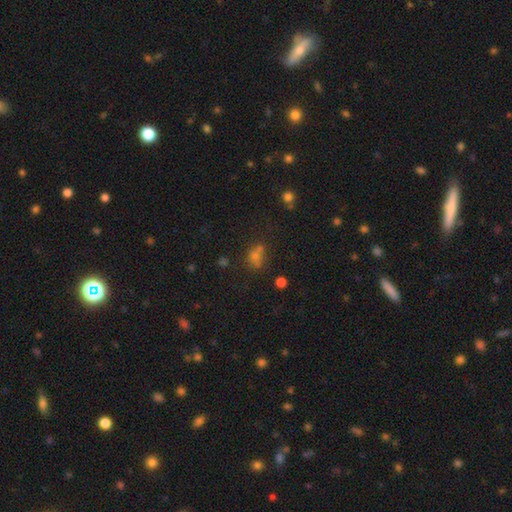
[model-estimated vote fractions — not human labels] Smooth or featured? Predicted: smooth (p=0.53). How rounded? Predicted: round (p=0.59). Merging? Predicted: none (p=0.46).